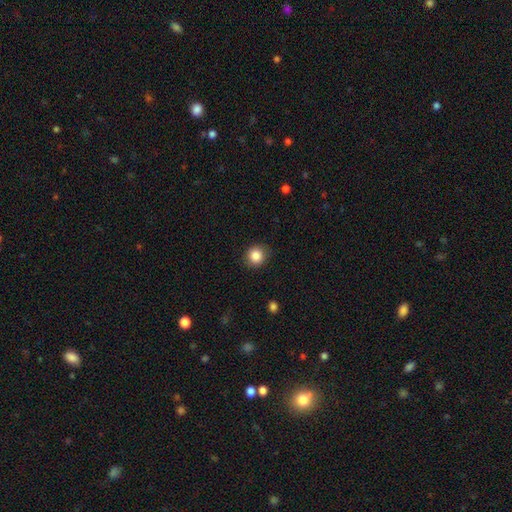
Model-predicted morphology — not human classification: A smooth galaxy with no disk features (86%) that is round (87%).

Vote fractions:
- Smooth or featured? smooth: 86% / star or artifact: 10% / featured or disk: 4%
- How rounded? round: 87% / in between: 12% / cigar-shaped: 1%
- Merging? none: 87% / minor disturbance: 9% / major disturbance: 3% / merger: 1%